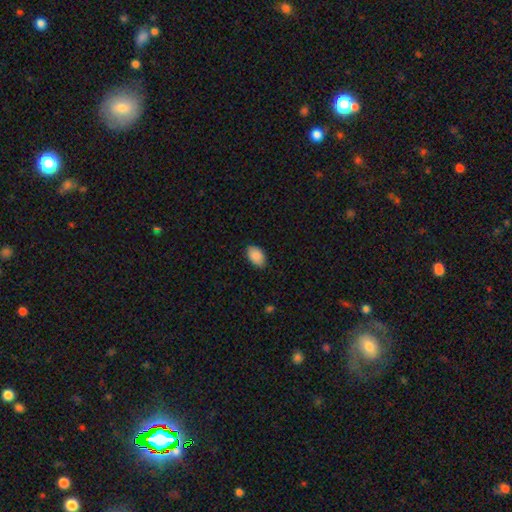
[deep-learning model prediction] Smooth or featured?
  - smooth: 90% *
  - star or artifact: 7%
  - featured or disk: 4%
How rounded?
  - in between: 90% *
  - round: 9%
  - cigar-shaped: 1%
Merging?
  - none: 82% *
  - minor disturbance: 14%
  - major disturbance: 2%
  - merger: 1%